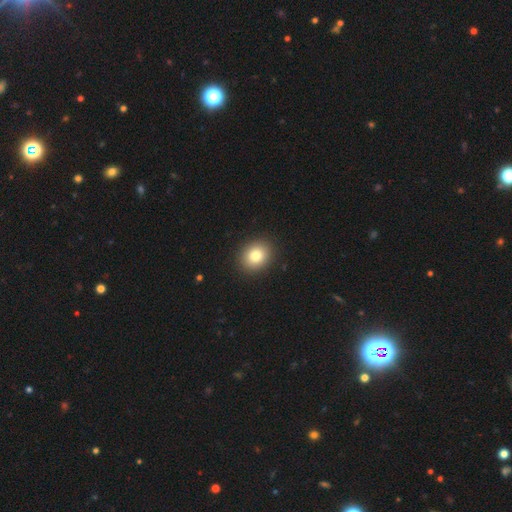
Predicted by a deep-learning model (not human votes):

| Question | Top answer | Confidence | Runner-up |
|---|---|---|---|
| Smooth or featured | smooth | 82% | star or artifact (10%) |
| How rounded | round | 68% | in between (31%) |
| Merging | none | 91% | minor disturbance (6%) |